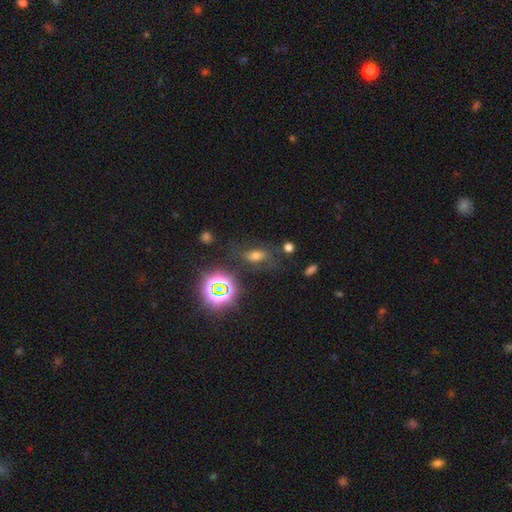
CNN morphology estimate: Smooth or featured? Predicted: smooth (p=0.50). How rounded? Predicted: in between (p=0.77). Merging? Predicted: none (p=0.61).